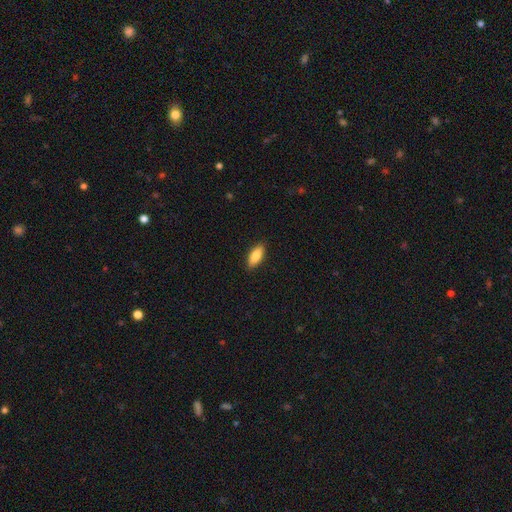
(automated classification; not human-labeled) Smooth or featured? smooth (86%)
How rounded? in between (84%)
Merging? none (89%)